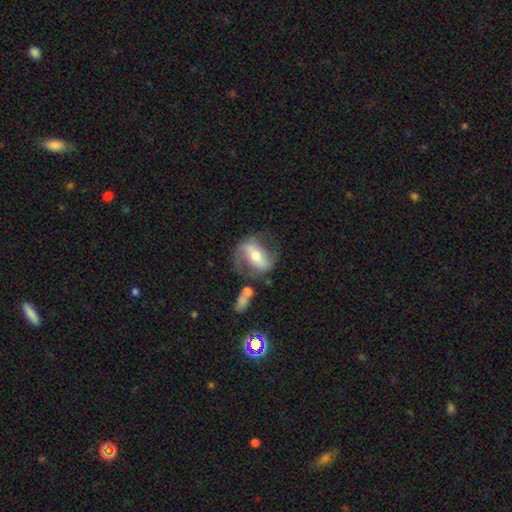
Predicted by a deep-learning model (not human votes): smooth_or_featured: featured or disk (p=0.74) [alt: smooth p=0.20]
disk_edge_on: no (p=0.95) [alt: yes p=0.05]
bar: strong (p=0.46) [alt: weak p=0.31]
has_spiral_arms: yes (p=0.87) [alt: no p=0.13]
spiral_winding: medium (p=0.45) [alt: loose p=0.38]
spiral_arm_count: 2 (p=0.85) [alt: can't tell p=0.06]
bulge_size: moderate (p=0.62) [alt: small p=0.28]
merging: none (p=0.61) [alt: minor disturbance p=0.18]